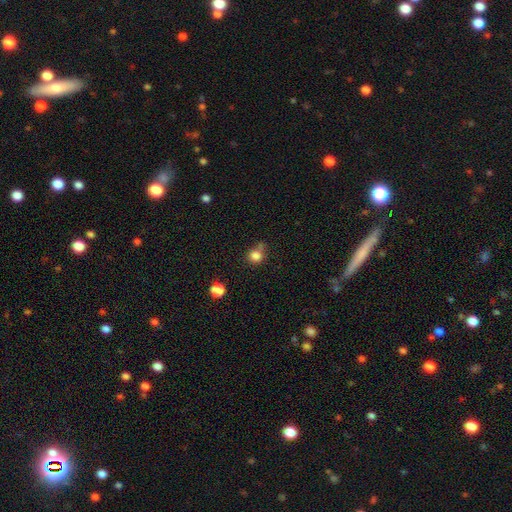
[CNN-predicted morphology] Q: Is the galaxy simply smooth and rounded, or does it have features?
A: smooth — 81%.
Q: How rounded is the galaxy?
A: round — 86%.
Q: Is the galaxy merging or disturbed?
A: none — 58%.